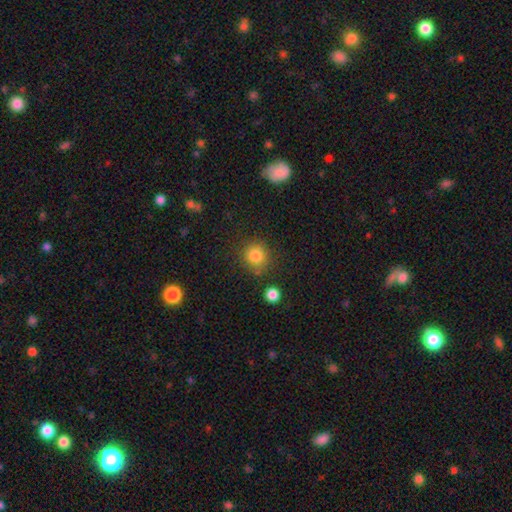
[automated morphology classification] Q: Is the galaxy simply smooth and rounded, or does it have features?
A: smooth — 83%.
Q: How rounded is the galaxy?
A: round — 88%.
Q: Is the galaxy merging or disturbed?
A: none — 79%.